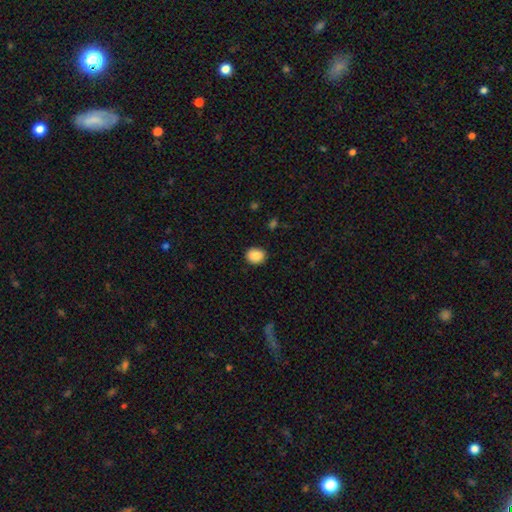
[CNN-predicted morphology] This is clearly a smooth galaxy (87%). How rounded: possibly round (55%). Merging: clearly none (88%).